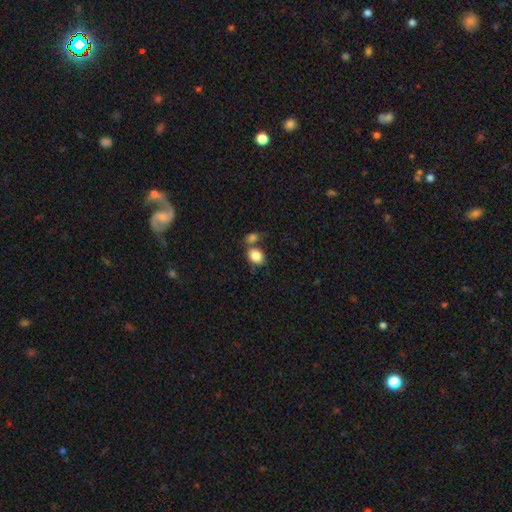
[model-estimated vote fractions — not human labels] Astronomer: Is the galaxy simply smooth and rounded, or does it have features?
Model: smooth — 84%.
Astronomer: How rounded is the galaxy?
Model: in between — 58% (runner-up: round, 41%).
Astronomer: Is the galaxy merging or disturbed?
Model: none — 51% (runner-up: merger, 34%).